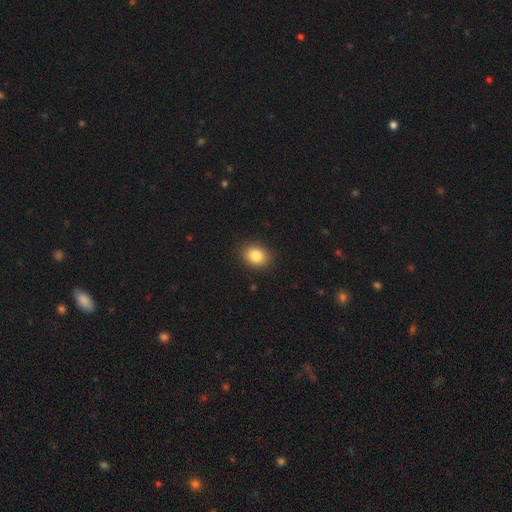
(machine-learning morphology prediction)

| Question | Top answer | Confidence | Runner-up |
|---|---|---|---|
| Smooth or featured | smooth | 85% | star or artifact (9%) |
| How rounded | in between | 56% | round (43%) |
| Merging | none | 89% | minor disturbance (8%) |